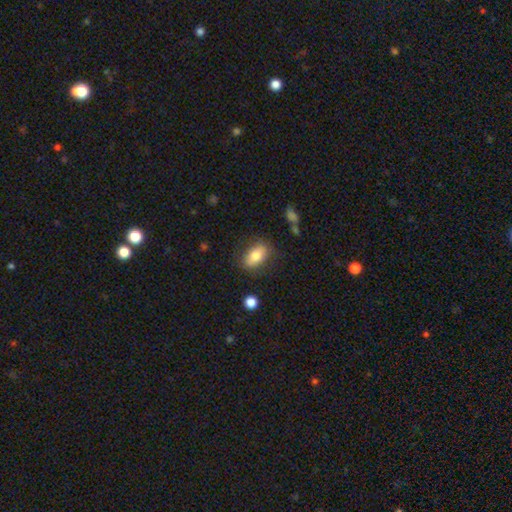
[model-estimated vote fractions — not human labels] smooth-or-featured: smooth: 77% | featured or disk: 15% | star or artifact: 7%
  how-rounded: in between: 88% | round: 7% | cigar-shaped: 5%
  merging: none: 79% | minor disturbance: 14% | major disturbance: 4% | merger: 2%